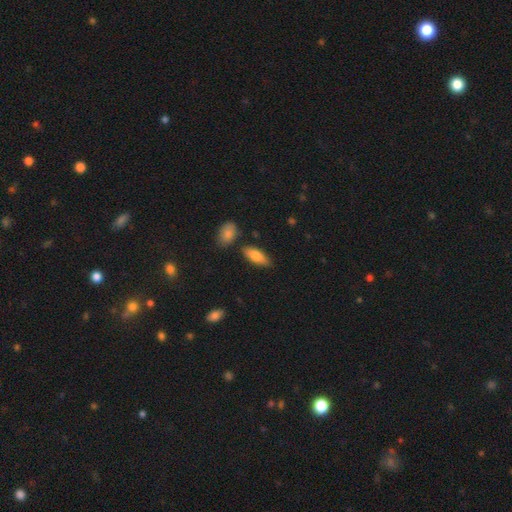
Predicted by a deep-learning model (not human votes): smooth-or-featured: smooth: 78% | featured or disk: 16% | star or artifact: 6%
  how-rounded: in between: 72% | cigar-shaped: 25% | round: 3%
  merging: none: 77% | minor disturbance: 15% | merger: 6% | major disturbance: 3%